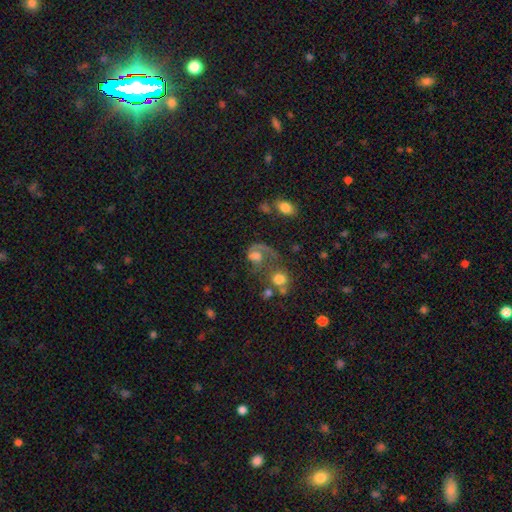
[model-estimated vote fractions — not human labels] This is possibly a featured or disk galaxy (48%). Merging: marginally major disturbance (38%).